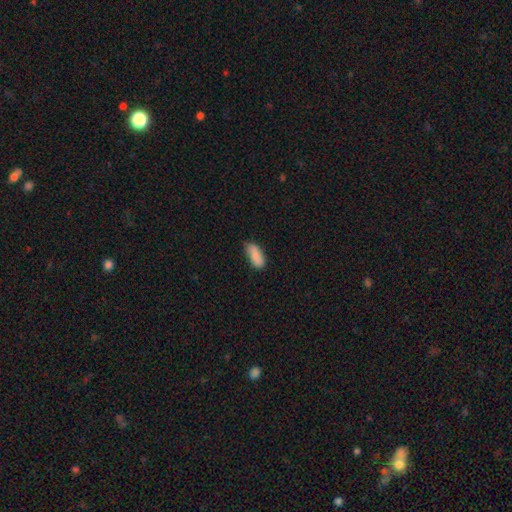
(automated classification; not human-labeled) Overall: smooth (87%). How rounded: in between (83%). Merging: none (63%; minor disturbance 30%).